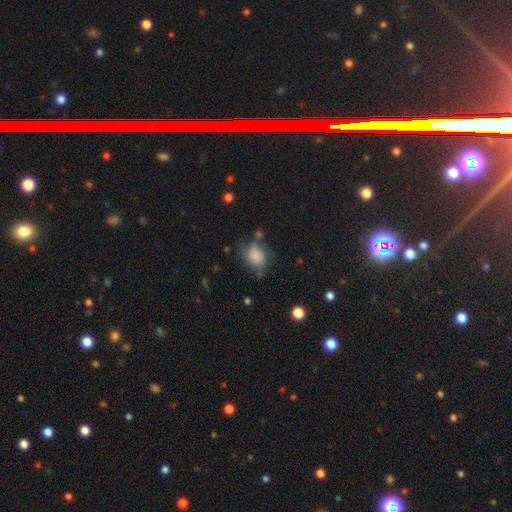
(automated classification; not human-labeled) smooth-or-featured: smooth: 80% | featured or disk: 11% | star or artifact: 9%
  how-rounded: in between: 65% | round: 34% | cigar-shaped: 1%
  merging: none: 54% | minor disturbance: 27% | major disturbance: 12% | merger: 7%